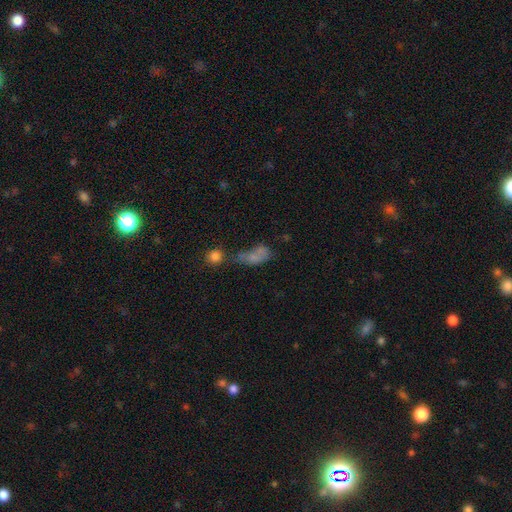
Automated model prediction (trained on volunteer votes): A smooth galaxy with no disk features (64%) that is in between round and cigar-shaped (79%).

Vote fractions:
- Smooth or featured? smooth: 64% / featured or disk: 20% / star or artifact: 17%
- How rounded? in between: 79% / round: 14% / cigar-shaped: 7%
- Merging? merger: 40% / none: 23% / major disturbance: 21% / minor disturbance: 16%